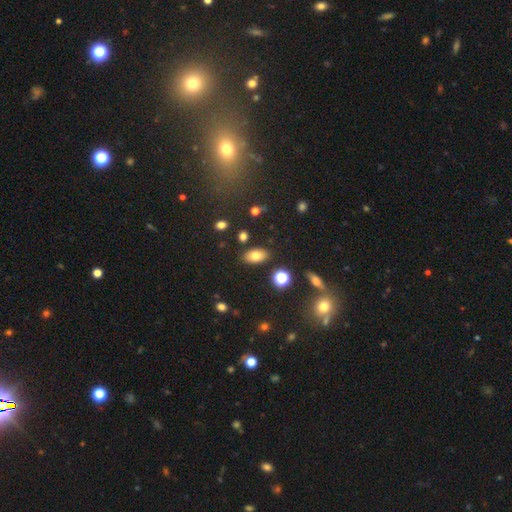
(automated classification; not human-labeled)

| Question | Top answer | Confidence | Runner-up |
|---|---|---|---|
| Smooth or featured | smooth | 76% | featured or disk (12%) |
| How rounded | in between | 90% | round (7%) |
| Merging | none | 85% | minor disturbance (9%) |